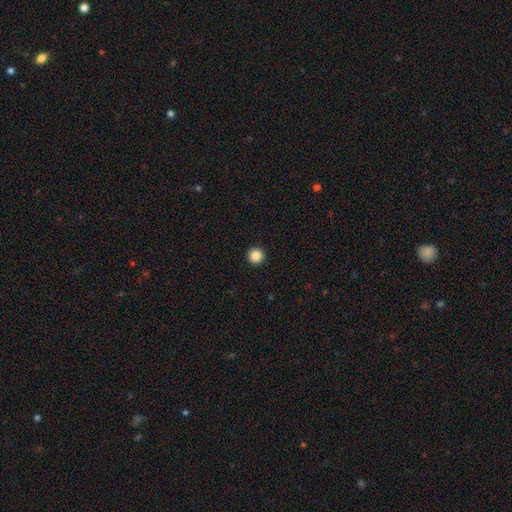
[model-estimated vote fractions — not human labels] A smooth galaxy with no disk features (86%) that is round (97%). Merging: none (94%).